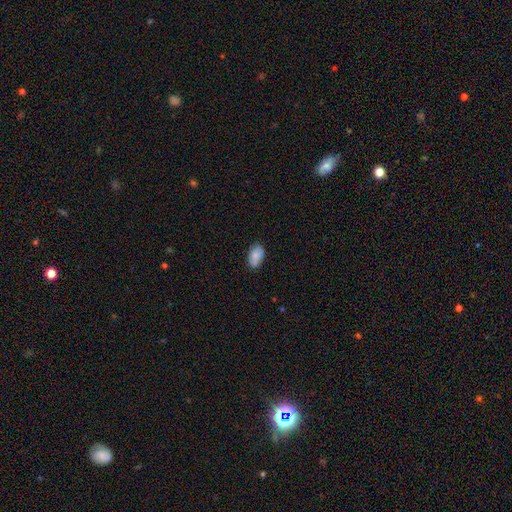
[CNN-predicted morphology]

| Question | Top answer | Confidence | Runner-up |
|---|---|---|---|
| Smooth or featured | smooth | 85% | featured or disk (9%) |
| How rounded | in between | 93% | round (5%) |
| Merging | none | 80% | minor disturbance (16%) |